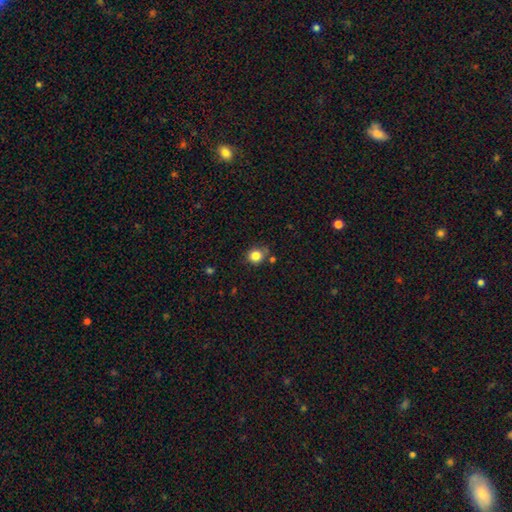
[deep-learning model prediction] smooth 83%, star or artifact 11%, featured or disk 6%. Down the decision tree: how rounded — round (86%); merging — none (76%).